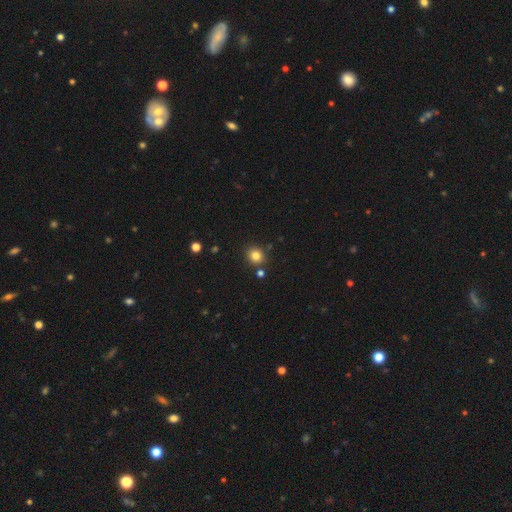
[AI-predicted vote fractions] smooth 82%, star or artifact 13%, featured or disk 6%. Down the decision tree: how rounded — round (84%); merging — none (84%).